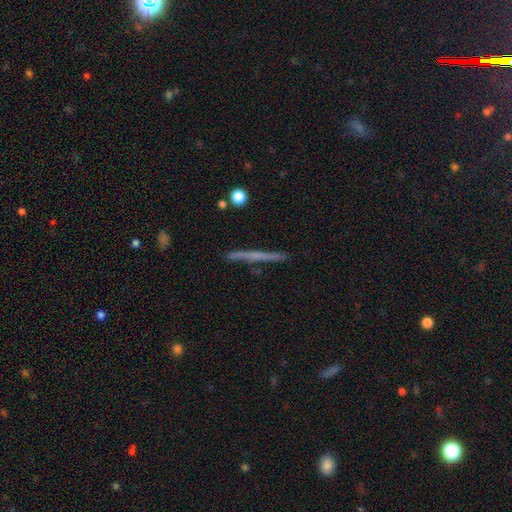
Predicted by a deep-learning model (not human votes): Smooth or featured?
  - featured or disk: 53% *
  - smooth: 40%
  - star or artifact: 7%
Edge-on disk?
  - yes: 97% *
  - no: 3%
Edge-on bulge?
  - none: 85% *
  - rounded: 11%
  - boxy: 4%
Merging?
  - none: 89% *
  - minor disturbance: 8%
  - merger: 2%
  - major disturbance: 2%